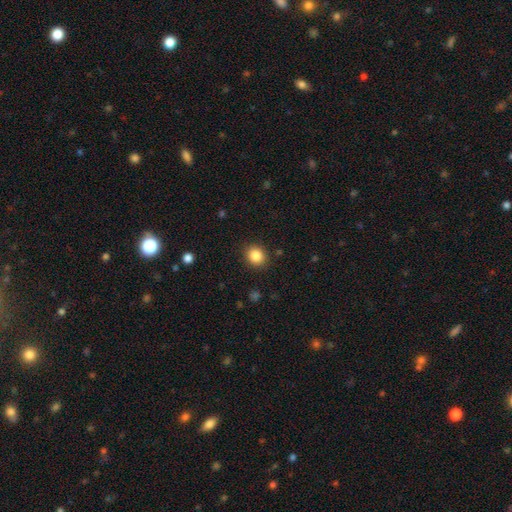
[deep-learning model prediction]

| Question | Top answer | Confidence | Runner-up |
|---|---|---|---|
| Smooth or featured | smooth | 85% | star or artifact (10%) |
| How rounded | round | 76% | in between (23%) |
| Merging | none | 89% | minor disturbance (7%) |